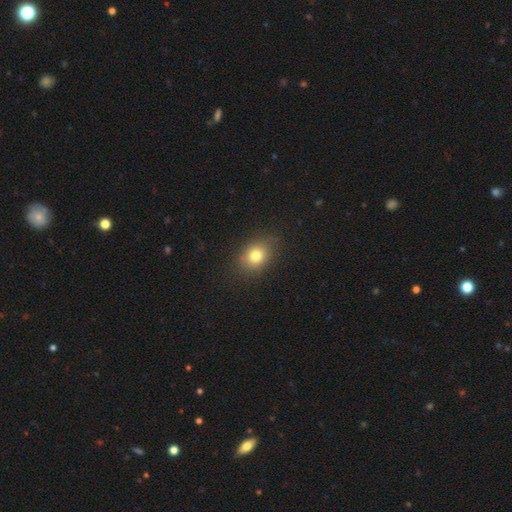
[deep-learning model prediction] smooth-or-featured: smooth: 78% | star or artifact: 12% | featured or disk: 10%
  how-rounded: in between: 51% | round: 47% | cigar-shaped: 1%
  merging: none: 83% | minor disturbance: 12% | major disturbance: 4% | merger: 1%